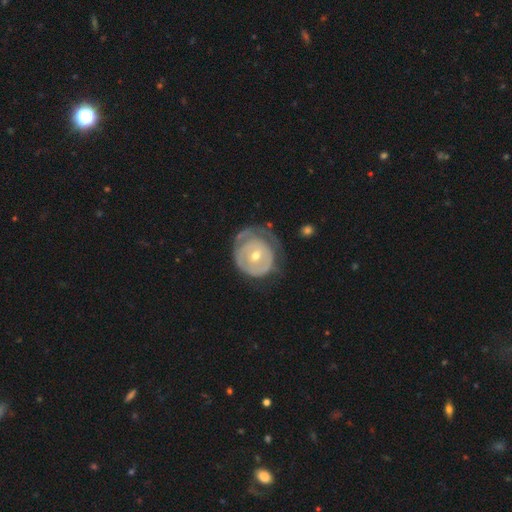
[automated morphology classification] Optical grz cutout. It shows a featured or disk galaxy (64%) with no bar (76%), spiral arms (54%) and a moderate central bulge (54%). Merging: none (48%).